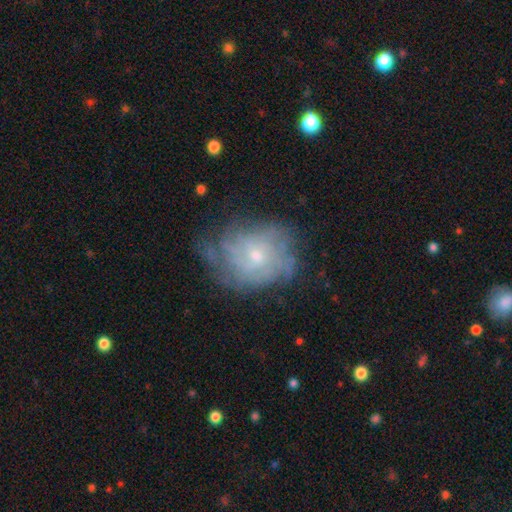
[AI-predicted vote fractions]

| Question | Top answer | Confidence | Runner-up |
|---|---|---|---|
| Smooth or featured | featured or disk | 68% | smooth (23%) |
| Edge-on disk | no | 97% | yes (3%) |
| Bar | no | 77% | weak (20%) |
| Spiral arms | yes | 77% | no (23%) |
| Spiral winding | tight | 59% | medium (28%) |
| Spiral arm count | can't tell | 58% | 4 (12%) |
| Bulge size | small | 71% | moderate (25%) |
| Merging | none | 56% | minor disturbance (26%) |